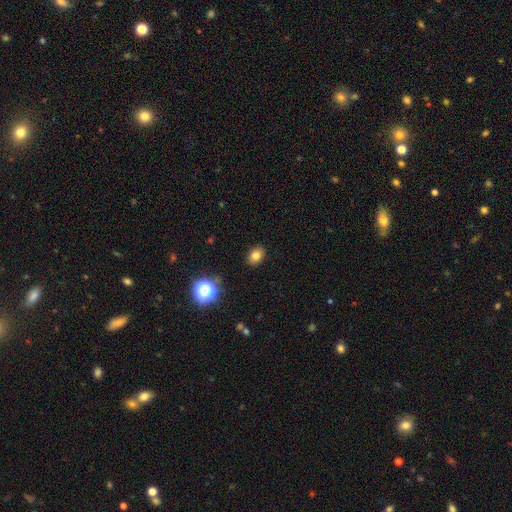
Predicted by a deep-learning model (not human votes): Smooth or featured: smooth — 79% (star or artifact — 13%)
How rounded: in between — 64% (round — 35%)
Merging: none — 88% (minor disturbance — 8%)